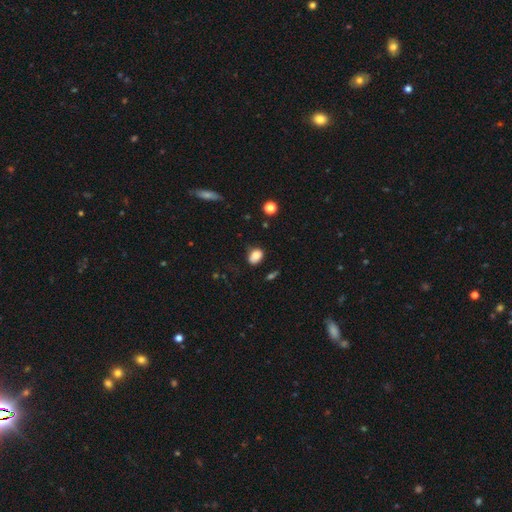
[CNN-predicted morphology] type=smooth (83%); roundness=in between (68%); merging=none (63%).